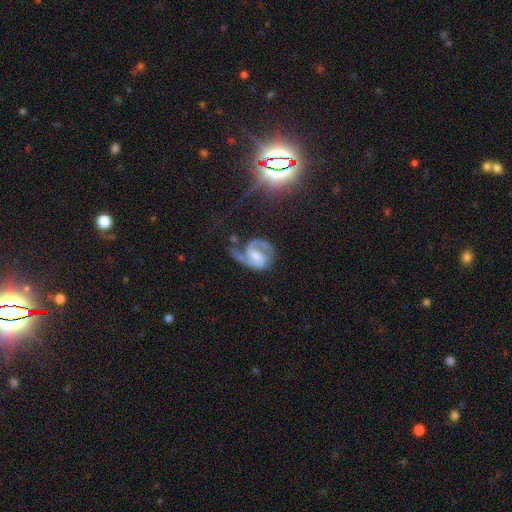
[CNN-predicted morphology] A featured or disk galaxy (85%) with a weak bar (44%), 2 (76%) medium (52%) spiral arms (97%) and a moderate central bulge (47%). Merging: none (49%).